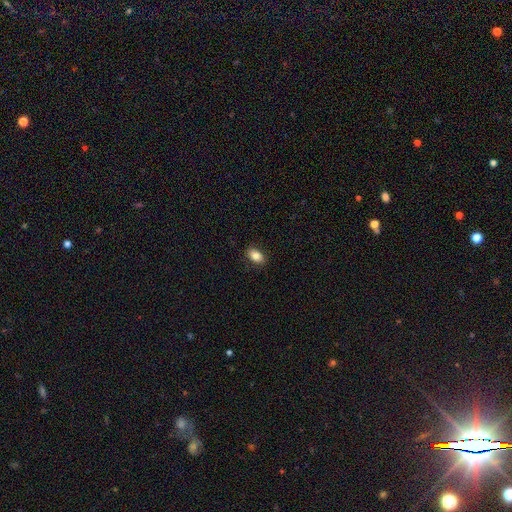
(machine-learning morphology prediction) smooth 84%, featured or disk 8%, star or artifact 8%. Down the decision tree: how rounded — in between (89%); merging — none (87%).